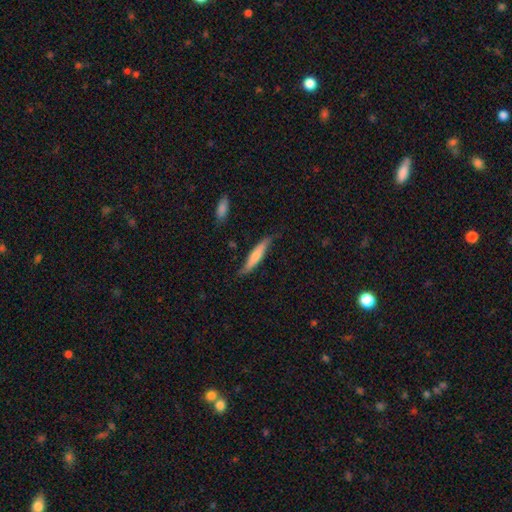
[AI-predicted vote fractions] This appears to be a smooth galaxy with no disk features (60%) that is cigar-shaped (87%). Merging: none (73%).